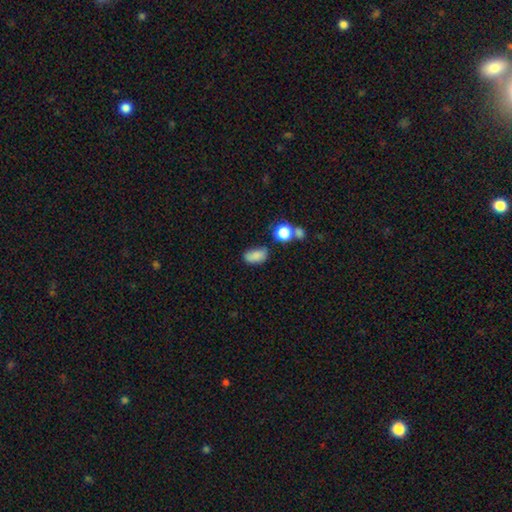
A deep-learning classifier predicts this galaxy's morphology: smooth_or_featured: smooth (p=0.81) [alt: star or artifact p=0.11]
how_rounded: in between (p=0.87) [alt: round p=0.10]
merging: none (p=0.60) [alt: minor disturbance p=0.24]